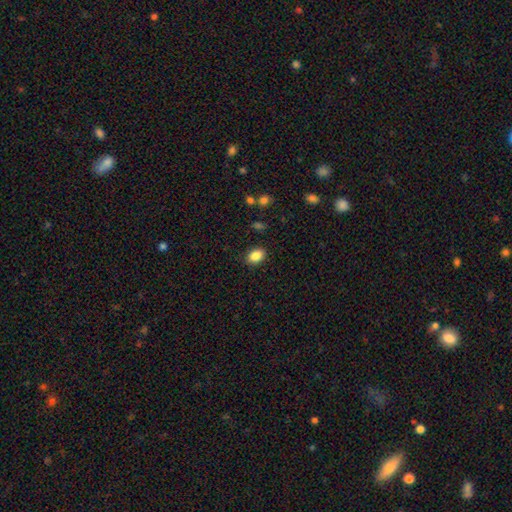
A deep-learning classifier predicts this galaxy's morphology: A smooth galaxy with no disk features (86%) that is in between round and cigar-shaped (79%).

Vote fractions:
- Smooth or featured? smooth: 86% / star or artifact: 9% / featured or disk: 5%
- How rounded? in between: 79% / round: 20% / cigar-shaped: 1%
- Merging? none: 88% / minor disturbance: 9% / major disturbance: 2% / merger: 1%